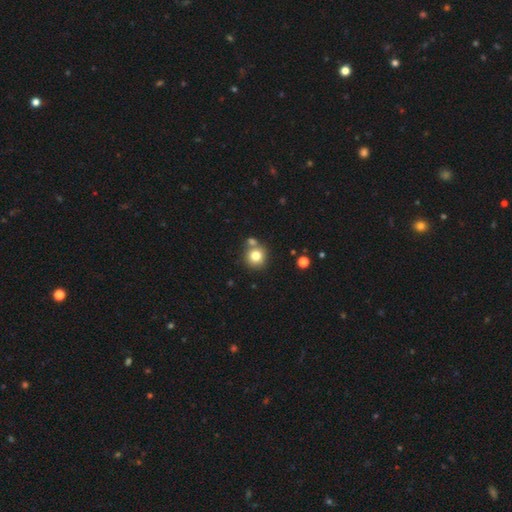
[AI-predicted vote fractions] Smooth or featured?
  - smooth: 80% *
  - star or artifact: 11%
  - featured or disk: 9%
How rounded?
  - round: 91% *
  - in between: 8%
  - cigar-shaped: 1%
Merging?
  - none: 69% *
  - merger: 19%
  - minor disturbance: 9%
  - major disturbance: 3%